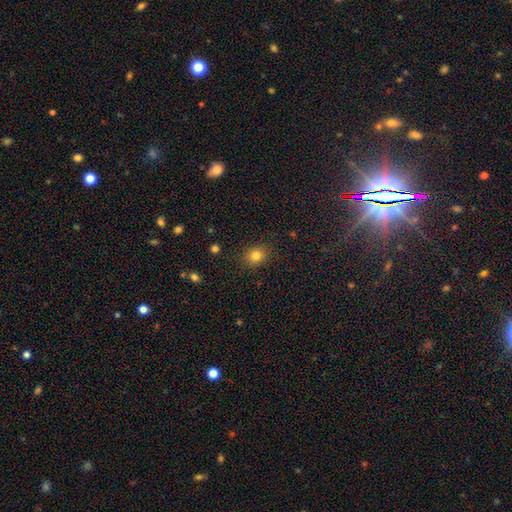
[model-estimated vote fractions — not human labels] smooth-or-featured: smooth: 82% | star or artifact: 12% | featured or disk: 6%
  how-rounded: round: 61% | in between: 38% | cigar-shaped: 1%
  merging: none: 87% | minor disturbance: 9% | major disturbance: 3% | merger: 1%